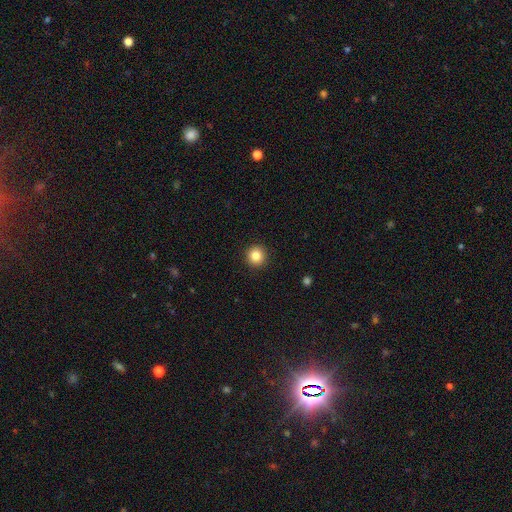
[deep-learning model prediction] A smooth galaxy with no disk features (84%) that is round (95%). Merging: none (93%).